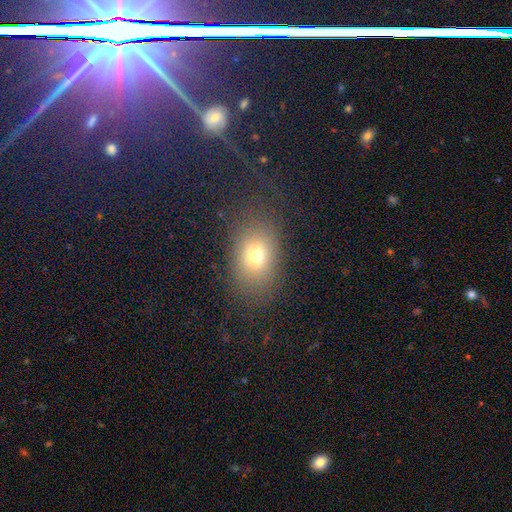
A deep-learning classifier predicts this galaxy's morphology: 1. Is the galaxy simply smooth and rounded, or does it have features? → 69% smooth, 16% star or artifact, 15% featured or disk.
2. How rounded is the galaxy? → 71% in between, 27% round, 2% cigar-shaped.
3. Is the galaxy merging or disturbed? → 76% none, 13% minor disturbance, 10% major disturbance, 2% merger.